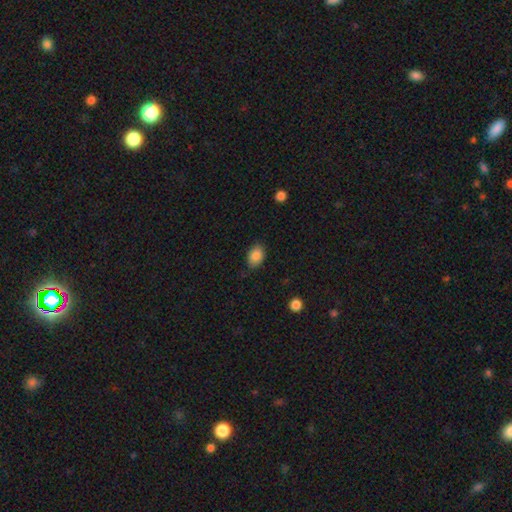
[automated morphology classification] Q: Smooth or featured?
A: smooth (86%); runner-up: star or artifact (8%)
Q: How rounded?
A: in between (82%); runner-up: round (17%)
Q: Merging?
A: none (83%); runner-up: minor disturbance (13%)